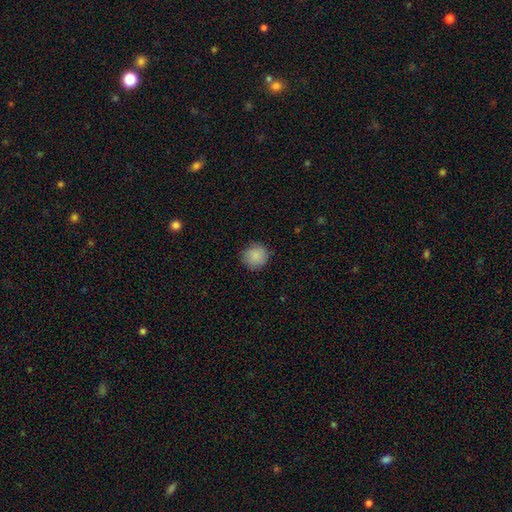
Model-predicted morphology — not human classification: This appears to be a smooth galaxy with no disk features (88%) that is round (92%). Merging: none (86%).